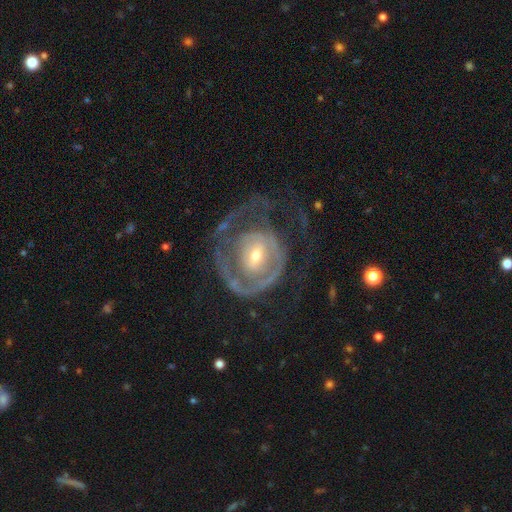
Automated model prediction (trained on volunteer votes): Smooth or featured: featured or disk — 79% (smooth — 15%)
Edge-on disk: no — 97% (yes — 3%)
Bar: no — 56% (weak — 34%)
Spiral arms: yes — 77% (no — 23%)
Spiral winding: tight — 56% (medium — 28%)
Spiral arm count: 1 — 39% (can't tell — 28%)
Bulge size: small — 51% (moderate — 43%)
Merging: major disturbance — 43% (none — 38%)